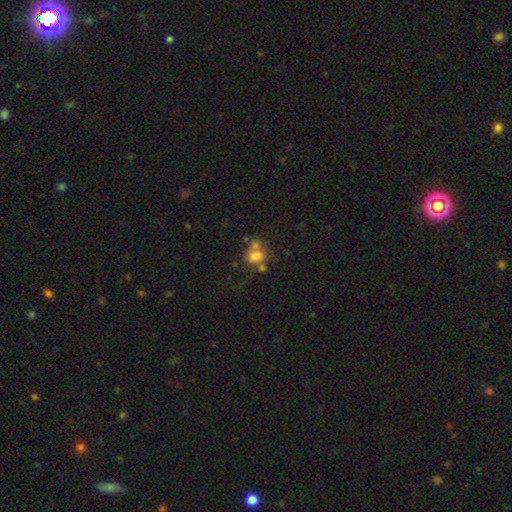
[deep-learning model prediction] Q: Smooth or featured?
A: smooth (56%); runner-up: featured or disk (29%)
Q: How rounded?
A: in between (52%); runner-up: round (47%)
Q: Merging?
A: merger (42%); runner-up: none (27%)